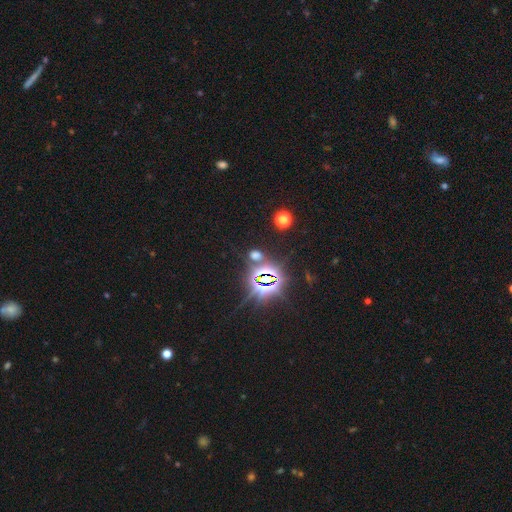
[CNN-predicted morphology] A star or artifact, not a galaxy (56%).

Vote fractions:
- Smooth or featured? star or artifact: 56% / smooth: 37% / featured or disk: 7%